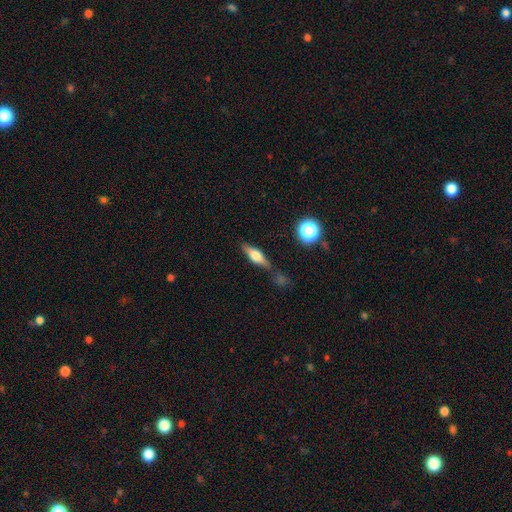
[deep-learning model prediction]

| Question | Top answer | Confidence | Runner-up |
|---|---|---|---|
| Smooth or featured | featured or disk | 46% | smooth (44%) |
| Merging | none | 68% | minor disturbance (18%) |